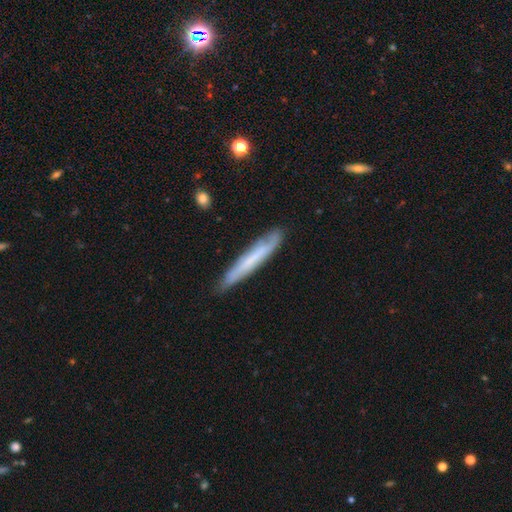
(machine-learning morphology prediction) type=smooth (52%); roundness=cigar-shaped (94%); merging=none (81%).